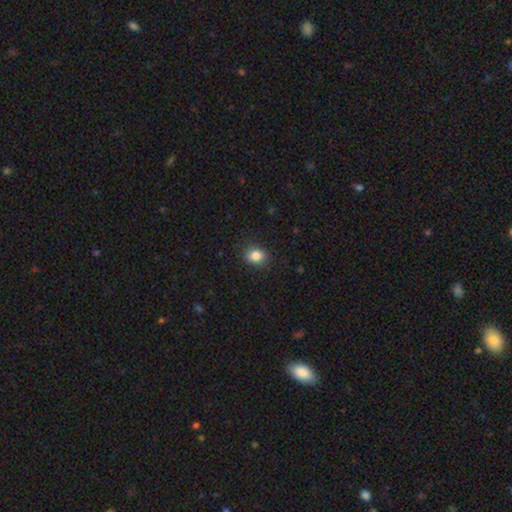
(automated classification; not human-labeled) A smooth galaxy with no disk features (85%) that is in between round and cigar-shaped (55%). Merging: none (87%).